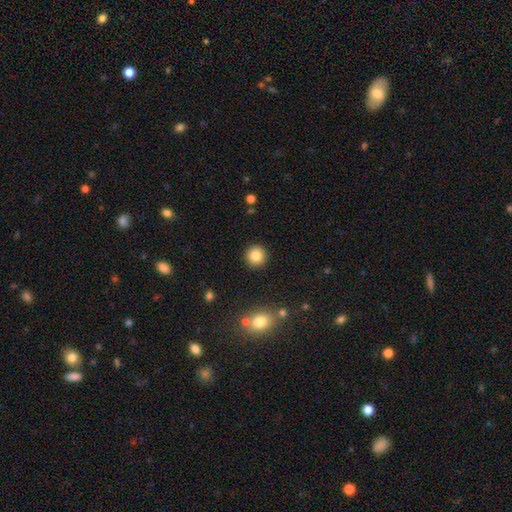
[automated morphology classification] smooth_or_featured: smooth (p=0.85) [alt: star or artifact p=0.09]
how_rounded: round (p=0.94) [alt: in between p=0.05]
merging: none (p=0.92) [alt: minor disturbance p=0.05]